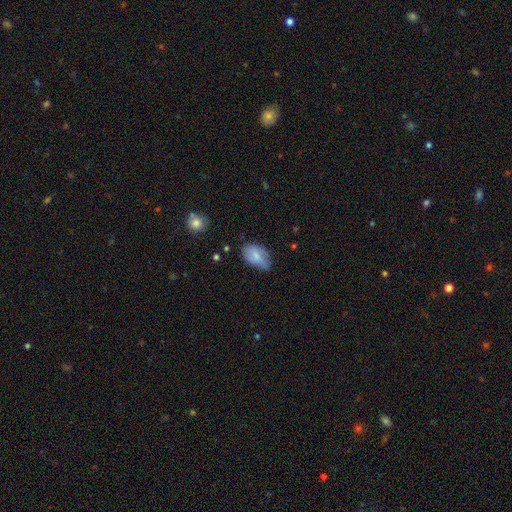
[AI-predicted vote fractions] Q: Smooth or featured?
A: smooth (74%); runner-up: featured or disk (19%)
Q: How rounded?
A: in between (92%); runner-up: round (6%)
Q: Merging?
A: none (55%); runner-up: minor disturbance (35%)